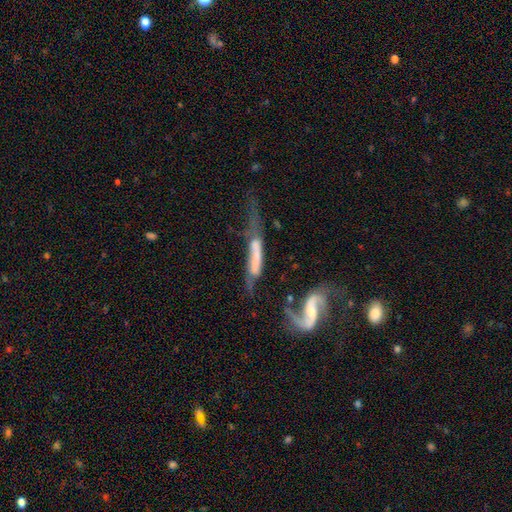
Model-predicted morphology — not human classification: The model was most divided on "merging": major disturbance: 34%, merger: 27%, none: 22%, minor disturbance: 18%. More confident: edge-on disk — no (63%); smooth or featured — featured or disk (61%).